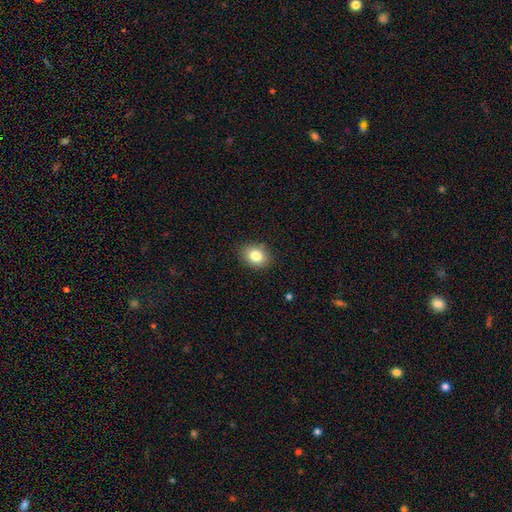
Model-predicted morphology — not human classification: A smooth galaxy with no disk features (82%) that is in between round and cigar-shaped (54%). Merging: none (86%).